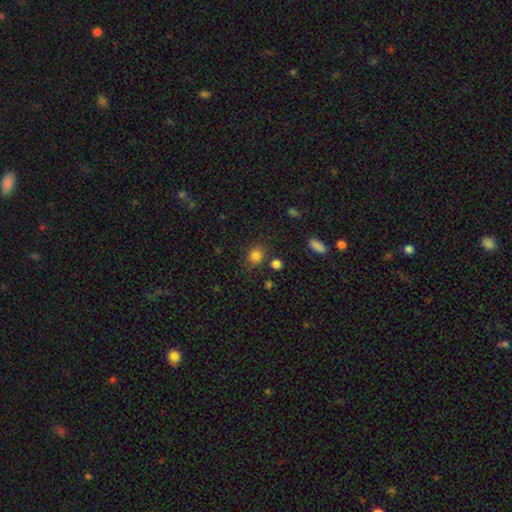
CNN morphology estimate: Smooth or featured?
  - smooth: 82% *
  - star or artifact: 13%
  - featured or disk: 5%
How rounded?
  - round: 64% *
  - in between: 35%
  - cigar-shaped: 1%
Merging?
  - none: 75% *
  - minor disturbance: 14%
  - merger: 6%
  - major disturbance: 5%